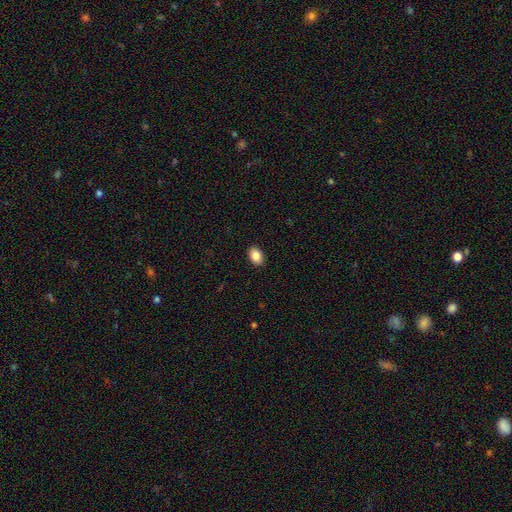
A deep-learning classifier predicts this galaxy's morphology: Overall: smooth (87%). How rounded: in between (81%). Merging: none (90%).